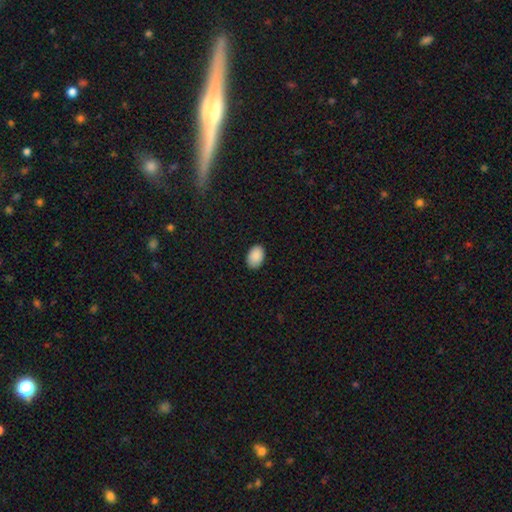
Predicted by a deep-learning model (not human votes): smooth_or_featured: smooth (p=0.90) [alt: star or artifact p=0.07]
how_rounded: in between (p=0.87) [alt: round p=0.12]
merging: none (p=0.87) [alt: minor disturbance p=0.10]